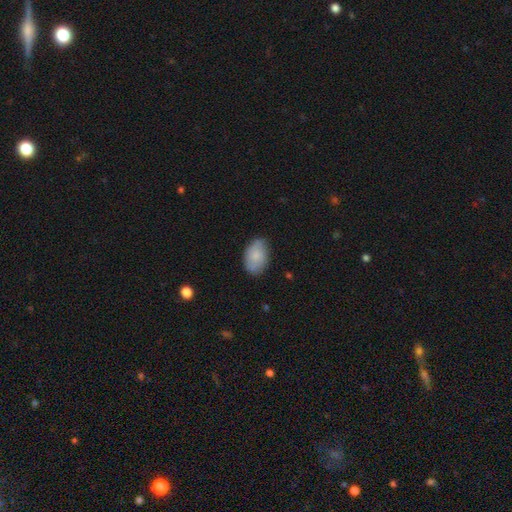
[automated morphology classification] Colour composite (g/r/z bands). It shows a smooth galaxy with no disk features (77%) that is in between round and cigar-shaped (89%). Merging: none (72%).